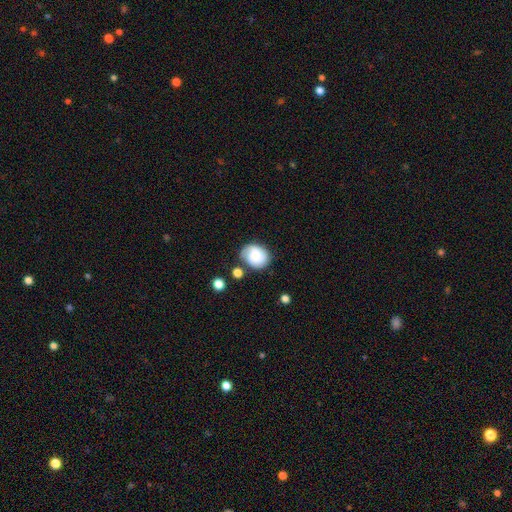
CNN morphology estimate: smooth 51%, featured or disk 39%, star or artifact 9%. Down the decision tree: how rounded — round (64%); merging — none (62%).